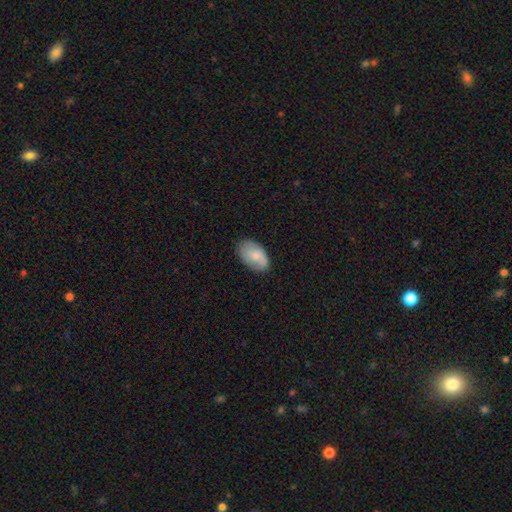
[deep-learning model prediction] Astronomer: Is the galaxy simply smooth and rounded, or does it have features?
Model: smooth — 71%.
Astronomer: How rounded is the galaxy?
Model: in between — 92%.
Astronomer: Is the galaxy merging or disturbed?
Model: none — 75%.